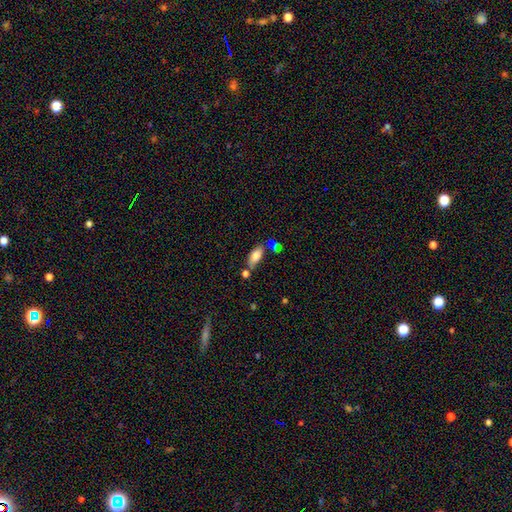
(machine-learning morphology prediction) type=smooth (75%); roundness=in between (80%); merging=none (58%).